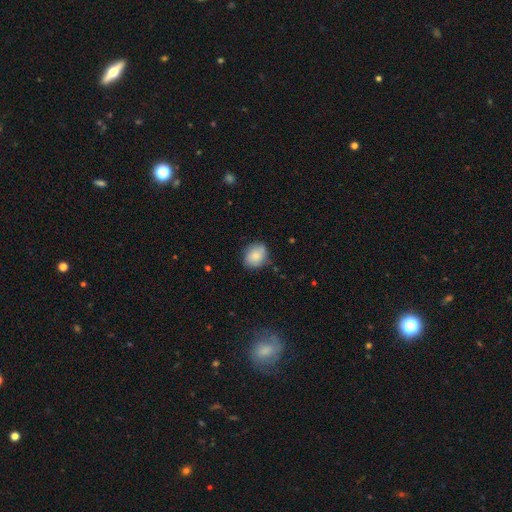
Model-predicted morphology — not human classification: type=smooth (81%); roundness=round (54%); merging=none (73%).